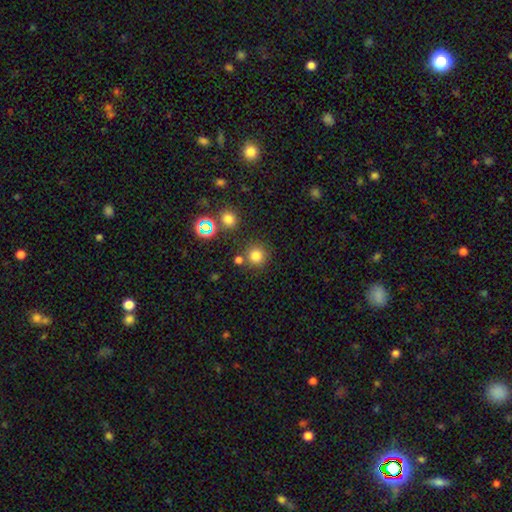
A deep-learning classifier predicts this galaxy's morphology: Smooth or featured?
  - smooth: 78% *
  - star or artifact: 17%
  - featured or disk: 6%
How rounded?
  - round: 93% *
  - in between: 6%
  - cigar-shaped: 1%
Merging?
  - none: 78% *
  - merger: 9%
  - minor disturbance: 9%
  - major disturbance: 4%